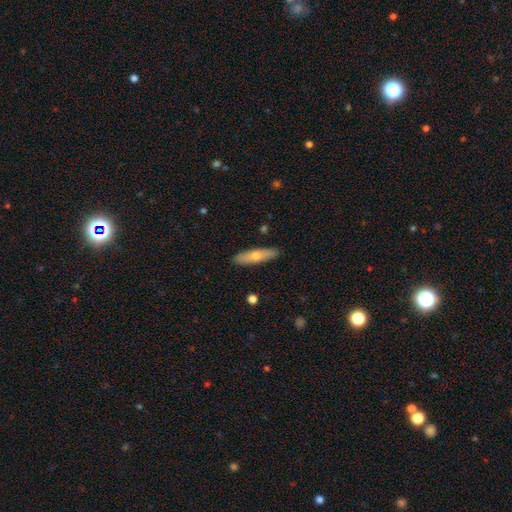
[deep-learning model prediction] Smooth or featured?
  - smooth: 58% *
  - featured or disk: 36%
  - star or artifact: 6%
How rounded?
  - cigar-shaped: 73% *
  - in between: 25%
  - round: 2%
Merging?
  - none: 90% *
  - minor disturbance: 7%
  - major disturbance: 2%
  - merger: 1%